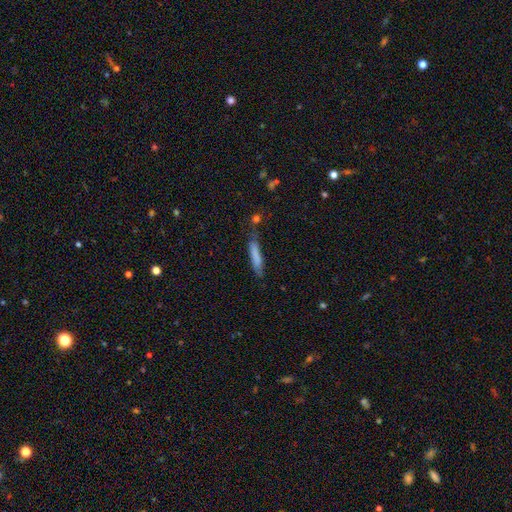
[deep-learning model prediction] A smooth galaxy with no disk features (78%) that is cigar-shaped (88%). Merging: none (68%).